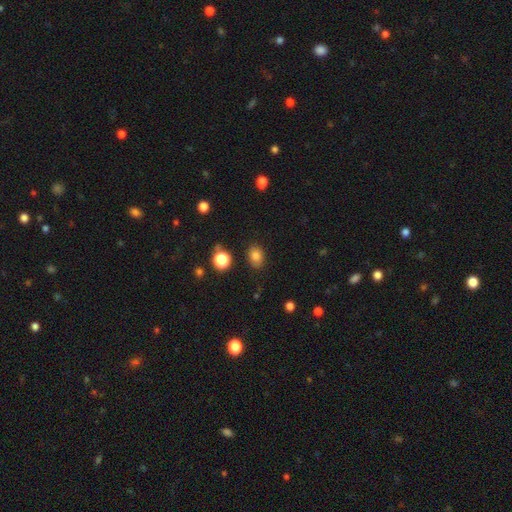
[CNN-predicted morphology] A smooth galaxy with no disk features (82%) that is in between round and cigar-shaped (66%). Merging: none (85%).